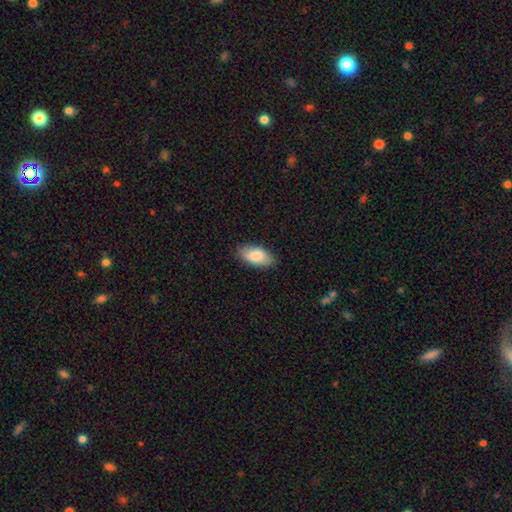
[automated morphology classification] A smooth galaxy with no disk features (85%) that is in between round and cigar-shaped (93%).

Vote fractions:
- Smooth or featured? smooth: 85% / featured or disk: 9% / star or artifact: 6%
- How rounded? in between: 93% / cigar-shaped: 5% / round: 3%
- Merging? none: 87% / minor disturbance: 10% / major disturbance: 2% / merger: 1%